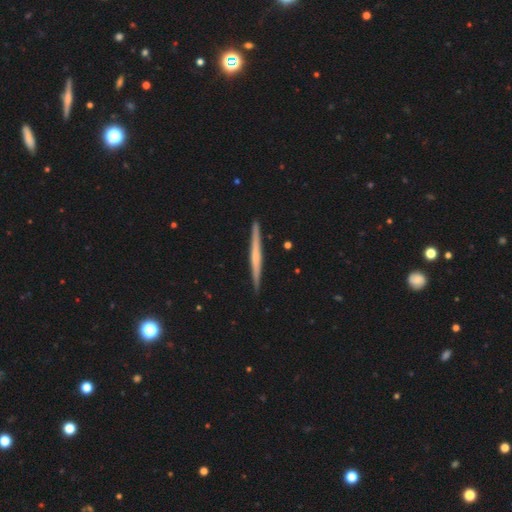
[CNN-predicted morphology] Overall: featured or disk (61%; smooth 34%). Edge-on disk: yes (98%). Edge-on bulge: none (64%; rounded 26%). Merging: none (92%).